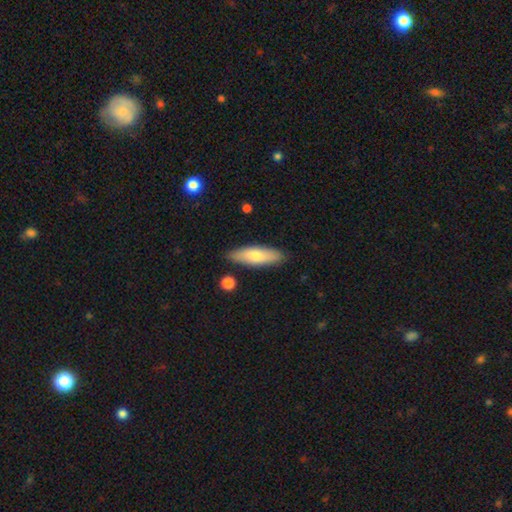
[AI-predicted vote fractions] smooth 70%, featured or disk 24%, star or artifact 6%. Down the decision tree: how rounded — cigar-shaped (51%); merging — none (84%).